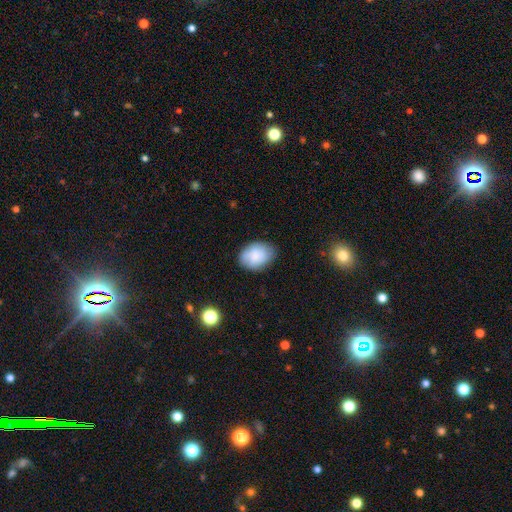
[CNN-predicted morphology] smooth 81%, featured or disk 11%, star or artifact 7%. Down the decision tree: how rounded — in between (77%); merging — none (75%).